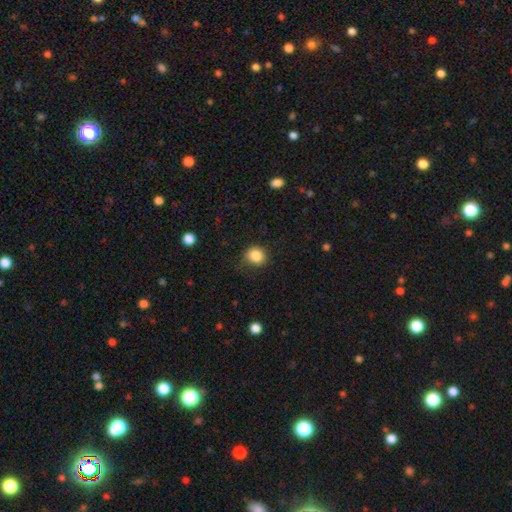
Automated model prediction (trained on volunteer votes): Smooth or featured?
  - smooth: 85% *
  - star or artifact: 10%
  - featured or disk: 5%
How rounded?
  - round: 80% *
  - in between: 19%
  - cigar-shaped: 1%
Merging?
  - none: 73% *
  - minor disturbance: 20%
  - major disturbance: 6%
  - merger: 1%